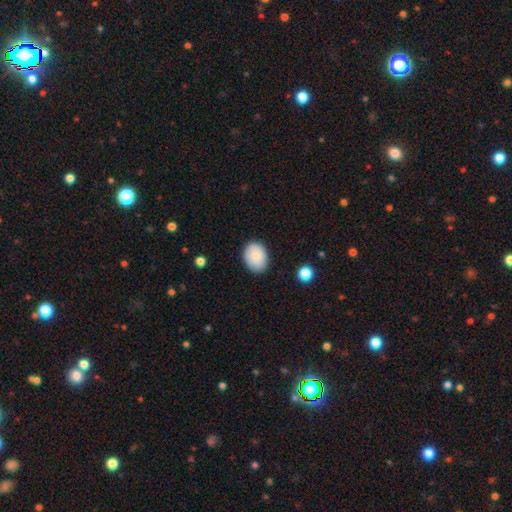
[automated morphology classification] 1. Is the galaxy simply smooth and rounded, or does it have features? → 88% smooth, 7% star or artifact, 5% featured or disk.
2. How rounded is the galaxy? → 71% in between, 28% round, 1% cigar-shaped.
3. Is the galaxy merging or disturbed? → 85% none, 11% minor disturbance, 2% major disturbance, 1% merger.